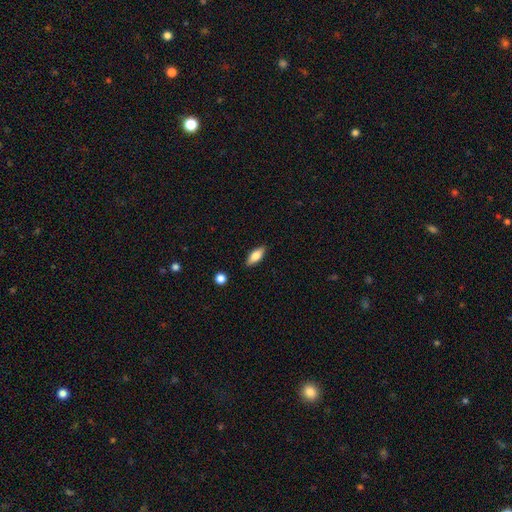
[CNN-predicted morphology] The model was most divided on "smooth or featured": smooth: 75%, featured or disk: 19%, star or artifact: 7%. More confident: merging — none (87%); how rounded — in between (77%).